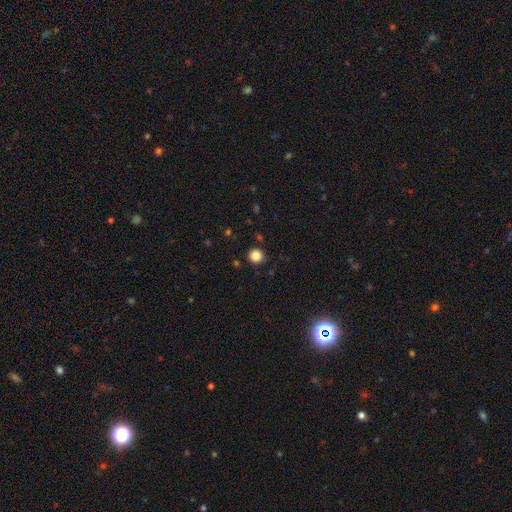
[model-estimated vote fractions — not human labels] This appears to be a smooth galaxy with no disk features (85%) that is round (94%). Merging: none (91%).